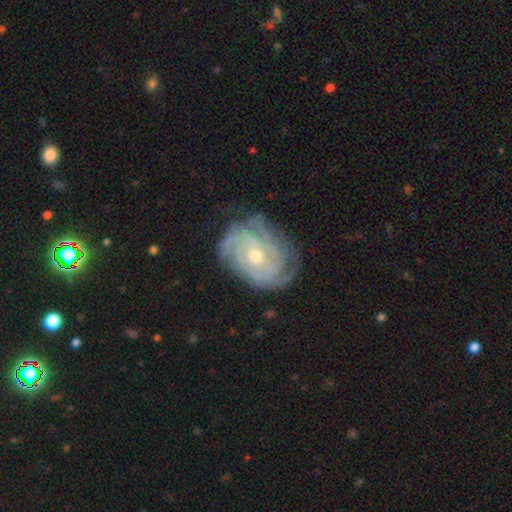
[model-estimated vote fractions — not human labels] This is clearly a featured or disk galaxy (89%). It is clearly not viewed edge-on (97%). Bar: likely no (77%). Spiral arm pattern: clearly yes (97%). Spiral arm count: marginally can't tell (26%). Spiral winding: likely tight (79%). Central bulge: possibly moderate (56%). Merging: likely none (73%).